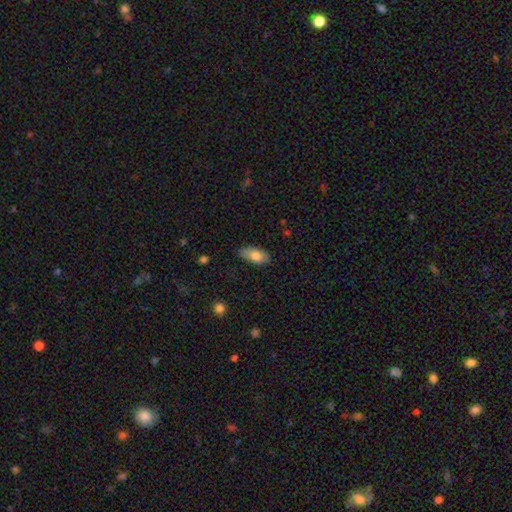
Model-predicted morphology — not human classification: A smooth galaxy with no disk features (77%) that is in between round and cigar-shaped (90%). Merging: none (77%).